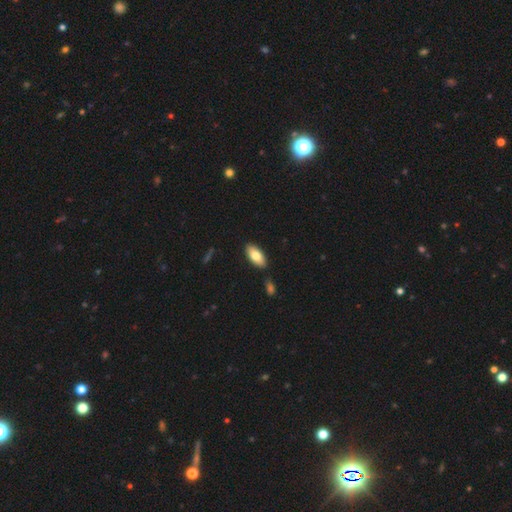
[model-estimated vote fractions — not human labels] This is likely a smooth galaxy (80%). How rounded: clearly in between (90%). Merging: clearly none (82%).